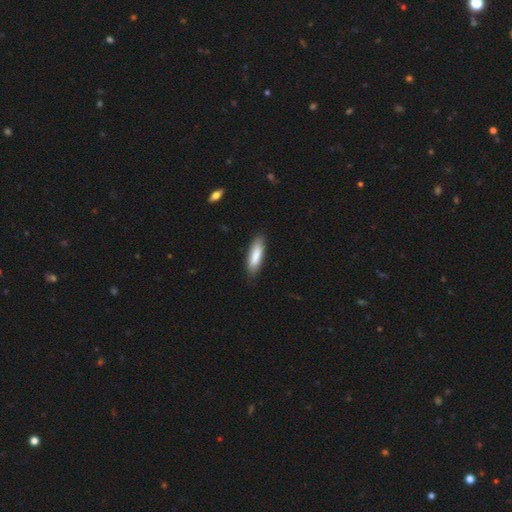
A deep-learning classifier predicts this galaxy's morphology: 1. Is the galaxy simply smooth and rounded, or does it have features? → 84% smooth, 11% featured or disk, 5% star or artifact.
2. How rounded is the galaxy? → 53% cigar-shaped, 46% in between, 1% round.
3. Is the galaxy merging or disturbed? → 86% none, 11% minor disturbance, 2% major disturbance, 1% merger.